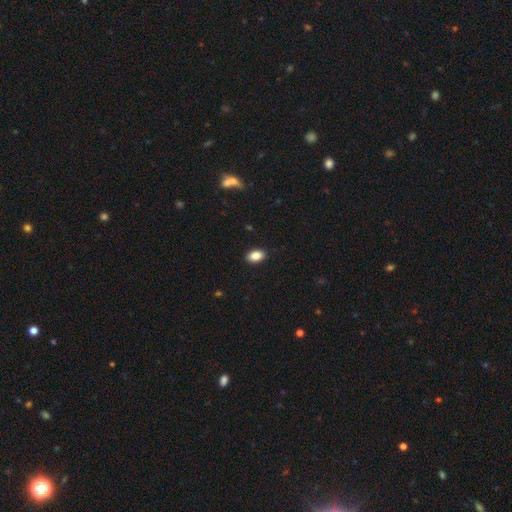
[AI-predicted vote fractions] Smooth or featured: smooth — 86% (star or artifact — 8%)
How rounded: in between — 87% (round — 11%)
Merging: none — 89% (minor disturbance — 8%)